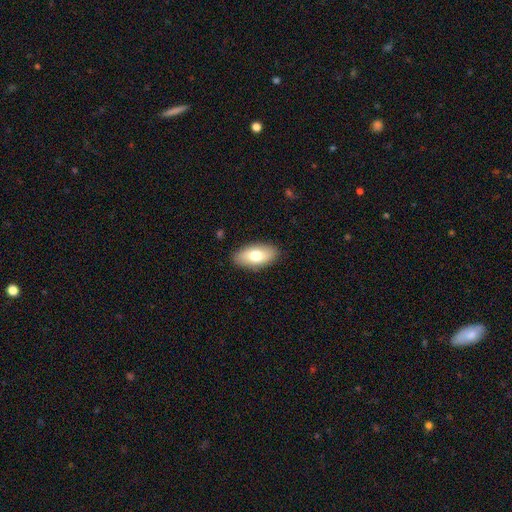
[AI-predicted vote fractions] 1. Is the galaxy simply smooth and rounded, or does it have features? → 75% smooth, 19% featured or disk, 6% star or artifact.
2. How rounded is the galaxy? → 92% in between, 4% cigar-shaped, 3% round.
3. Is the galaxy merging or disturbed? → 88% none, 9% minor disturbance, 2% major disturbance, 1% merger.